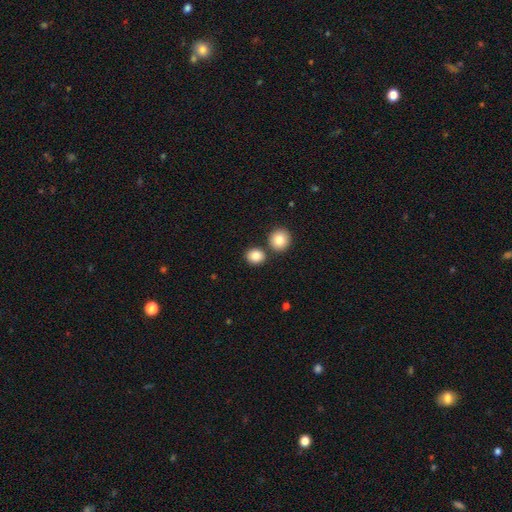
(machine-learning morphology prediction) Smooth or featured? smooth (85%)
How rounded? round (71%)
Merging? none (76%)